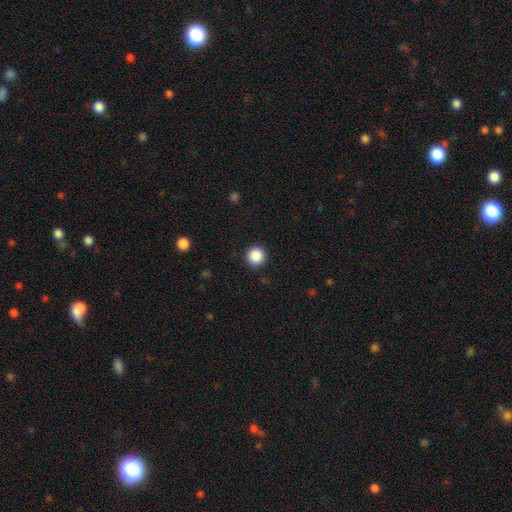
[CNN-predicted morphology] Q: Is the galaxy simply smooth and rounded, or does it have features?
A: smooth — 87%.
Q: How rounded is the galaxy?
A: round — 95%.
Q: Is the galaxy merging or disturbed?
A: none — 92%.